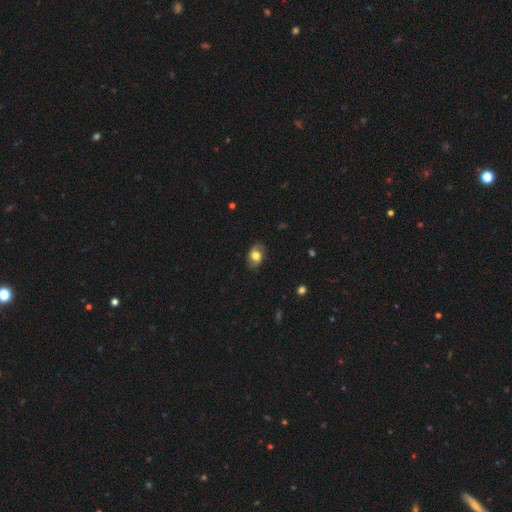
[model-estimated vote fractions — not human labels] Smooth or featured?
  - smooth: 73% *
  - featured or disk: 19%
  - star or artifact: 8%
How rounded?
  - in between: 77% *
  - round: 21%
  - cigar-shaped: 1%
Merging?
  - none: 76% *
  - minor disturbance: 18%
  - major disturbance: 4%
  - merger: 1%